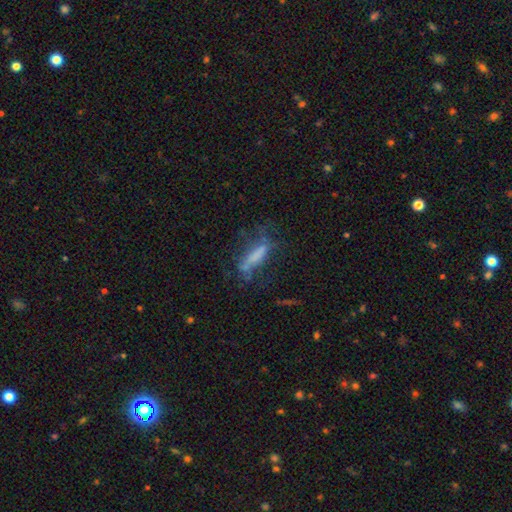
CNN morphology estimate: Overall: smooth (49%; featured or disk 38%). Merging: none (44%; major disturbance 28%).